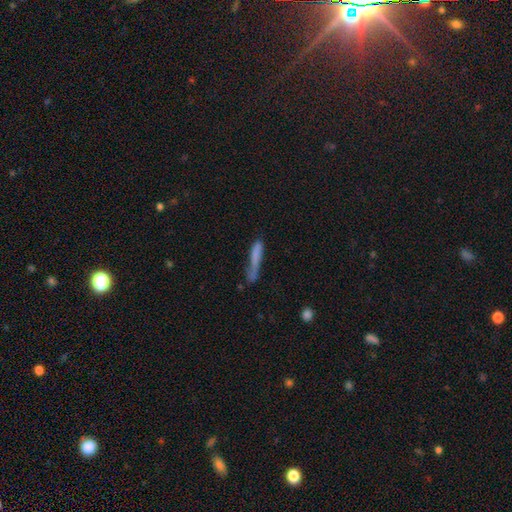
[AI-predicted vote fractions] This is likely a smooth galaxy (69%). How rounded: clearly cigar-shaped (91%). Merging: possibly none (51%).